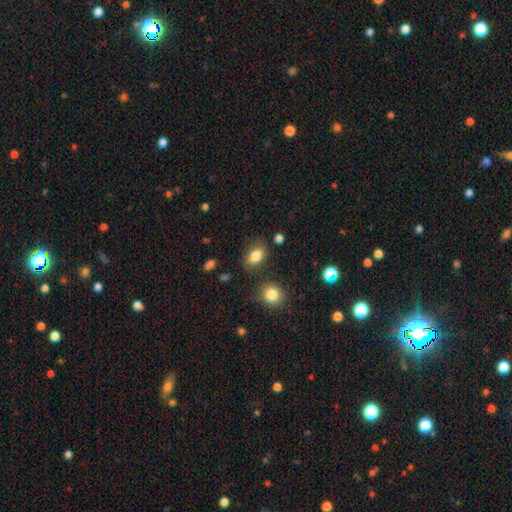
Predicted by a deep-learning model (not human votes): smooth 84%, star or artifact 10%, featured or disk 7%. Down the decision tree: how rounded — in between (79%); merging — none (75%).